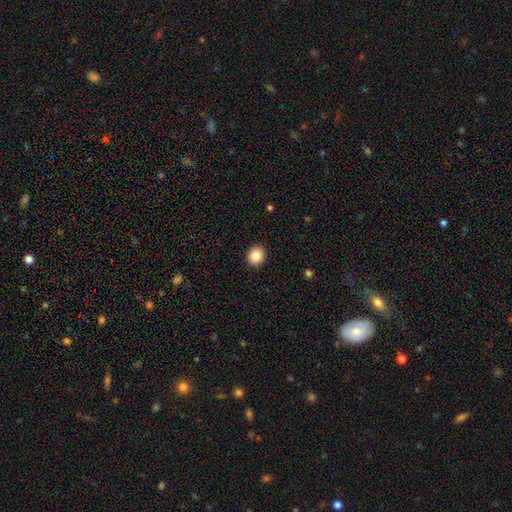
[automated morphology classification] The model was most divided on "how rounded": round: 72%, in between: 27%, cigar-shaped: 1%. More confident: merging — none (92%); smooth or featured — smooth (85%).